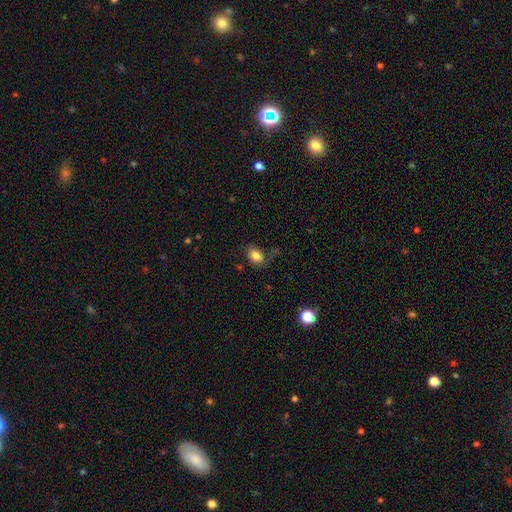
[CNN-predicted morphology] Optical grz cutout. It shows a smooth galaxy with no disk features (82%) that is in between round and cigar-shaped (77%). Merging: none (70%).